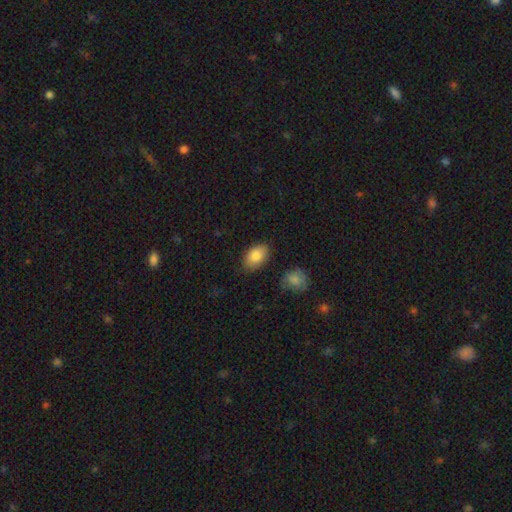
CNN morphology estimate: A smooth galaxy with no disk features (85%) that is in between round and cigar-shaped (90%). Merging: none (81%).